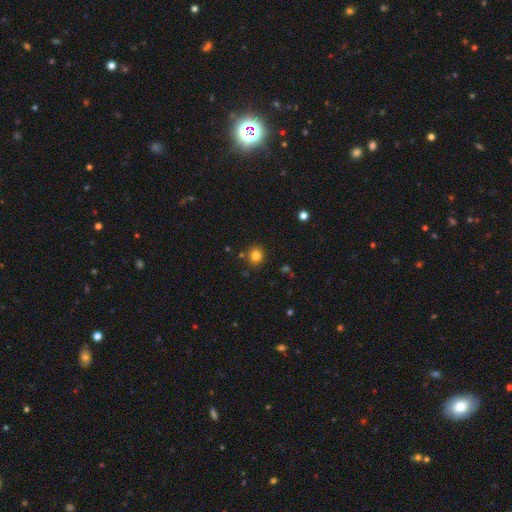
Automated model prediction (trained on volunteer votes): Smooth or featured: smooth — 82% (star or artifact — 13%)
How rounded: round — 88% (in between — 11%)
Merging: none — 86% (minor disturbance — 8%)